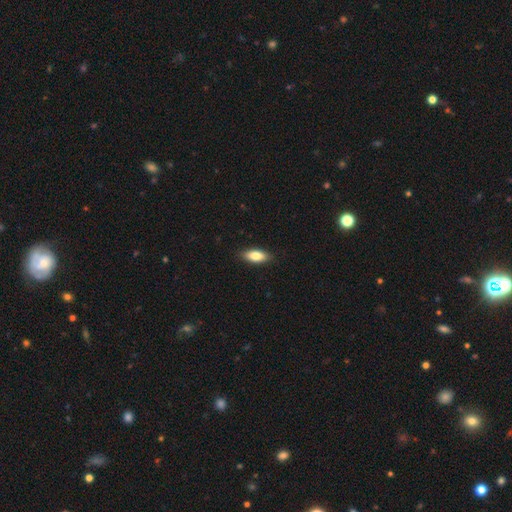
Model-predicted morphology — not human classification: Smooth or featured: smooth — 81% (featured or disk — 13%)
How rounded: in between — 82% (cigar-shaped — 16%)
Merging: none — 89% (minor disturbance — 9%)